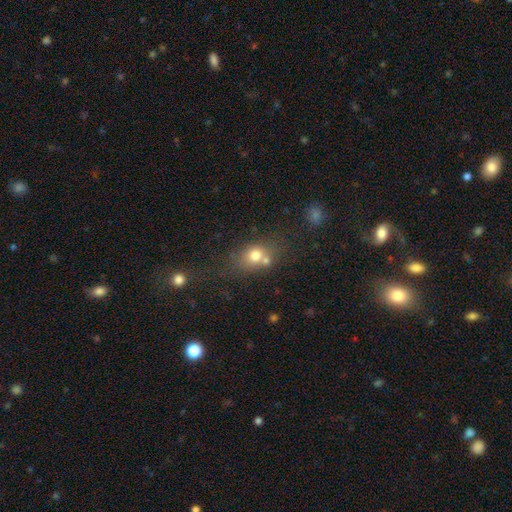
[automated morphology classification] smooth_or_featured: smooth (p=0.73) [alt: featured or disk p=0.15]
how_rounded: round (p=0.52) [alt: in between p=0.46]
merging: none (p=0.48) [alt: merger p=0.32]